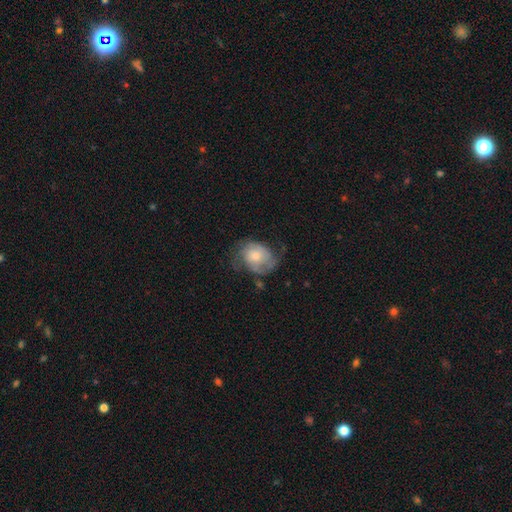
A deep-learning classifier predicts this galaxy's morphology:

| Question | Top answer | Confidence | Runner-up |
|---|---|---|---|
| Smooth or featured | featured or disk | 59% | smooth (34%) |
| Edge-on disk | no | 97% | yes (3%) |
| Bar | no | 79% | weak (18%) |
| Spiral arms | yes | 81% | no (19%) |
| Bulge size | moderate | 46% | small (44%) |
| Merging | none | 49% | minor disturbance (28%) |